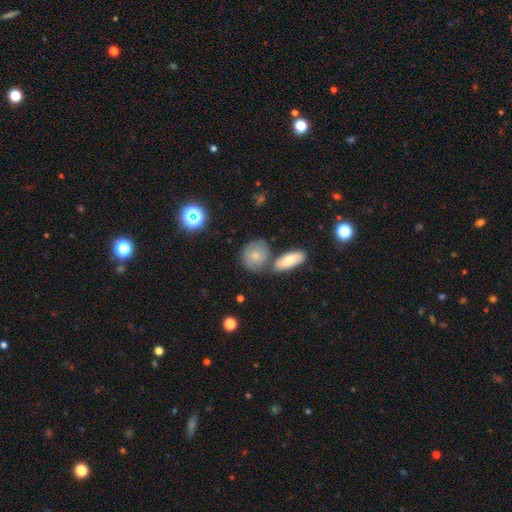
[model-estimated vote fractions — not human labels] Smooth or featured: smooth — 60% (featured or disk — 30%)
How rounded: round — 67% (in between — 30%)
Merging: none — 54% (merger — 24%)